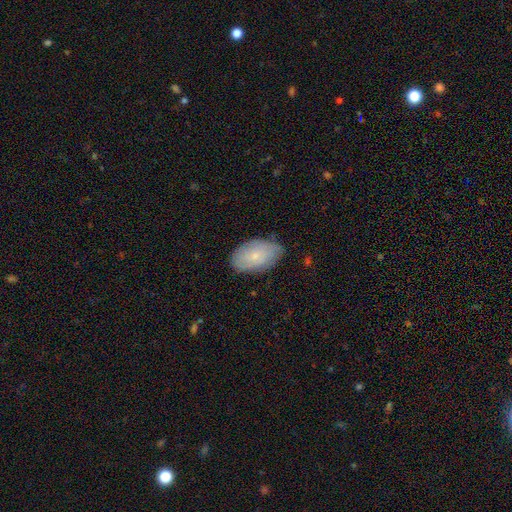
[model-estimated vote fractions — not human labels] A smooth galaxy with no disk features (54%) that is in between round and cigar-shaped (94%).

Vote fractions:
- Smooth or featured? smooth: 54% / featured or disk: 39% / star or artifact: 7%
- How rounded? in between: 94% / round: 5% / cigar-shaped: 2%
- Merging? none: 76% / minor disturbance: 19% / major disturbance: 3% / merger: 1%